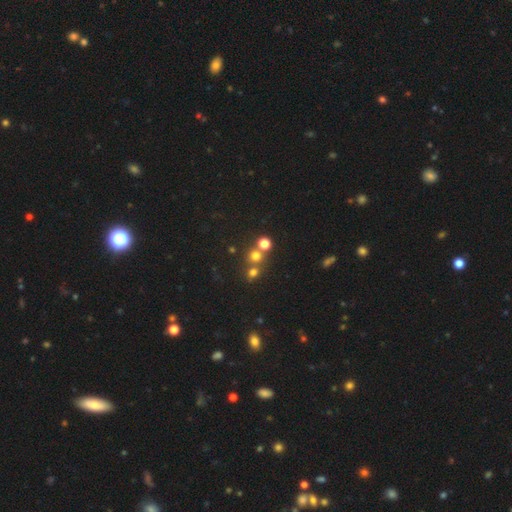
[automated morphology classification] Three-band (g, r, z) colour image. It shows a smooth galaxy with no disk features (67%) that is round (88%). Merging: none (60%).